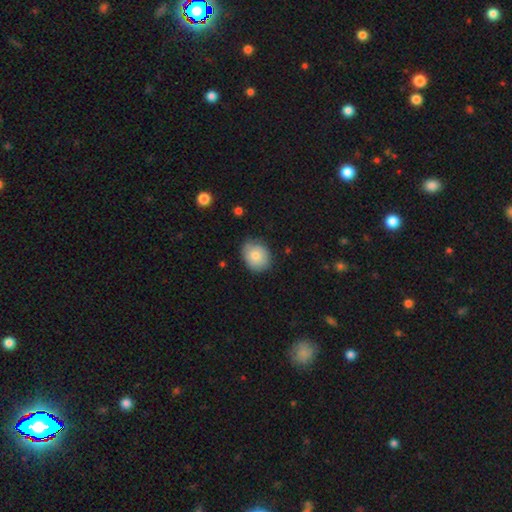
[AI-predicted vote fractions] A smooth galaxy with no disk features (80%) that is round (60%).

Vote fractions:
- Smooth or featured? smooth: 80% / featured or disk: 13% / star or artifact: 7%
- How rounded? round: 60% / in between: 39% / cigar-shaped: 1%
- Merging? none: 76% / minor disturbance: 20% / major disturbance: 3% / merger: 1%